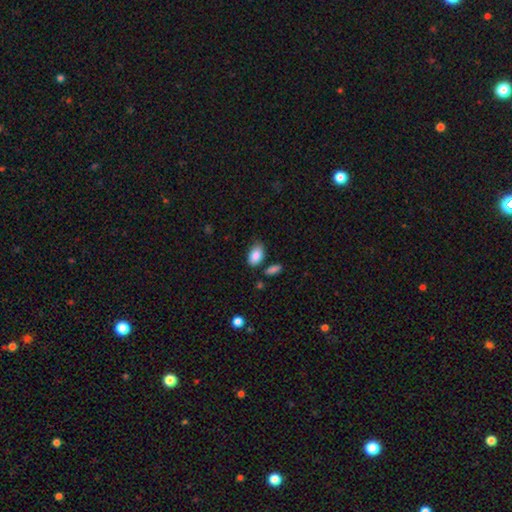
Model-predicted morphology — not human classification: Smooth or featured: smooth — 87% (star or artifact — 7%)
How rounded: in between — 93% (round — 5%)
Merging: none — 74% (minor disturbance — 17%)